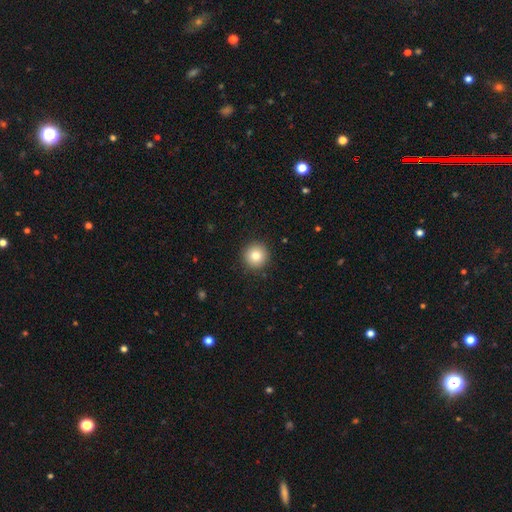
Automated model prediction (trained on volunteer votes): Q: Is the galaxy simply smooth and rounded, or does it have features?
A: smooth — 82%.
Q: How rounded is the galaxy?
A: round — 96%.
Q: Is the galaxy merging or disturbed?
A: none — 92%.